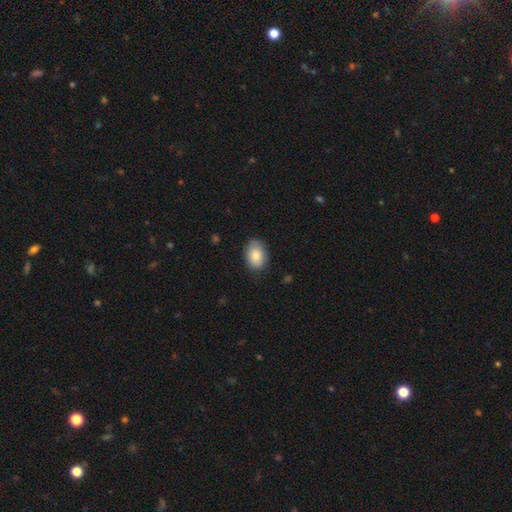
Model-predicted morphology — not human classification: Smooth or featured: smooth — 84% (featured or disk — 9%)
How rounded: in between — 82% (round — 17%)
Merging: none — 80% (minor disturbance — 16%)